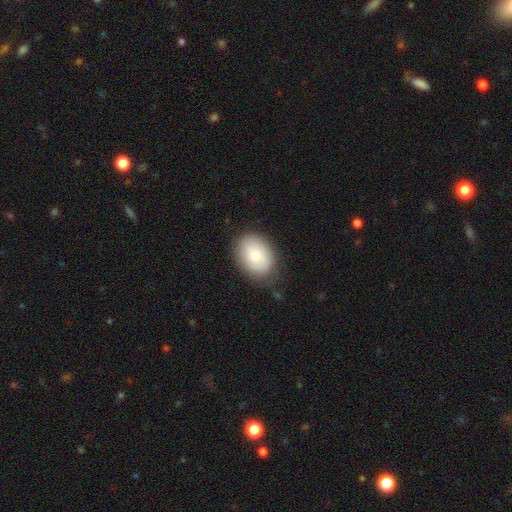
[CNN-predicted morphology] Smooth or featured? smooth (71%)
How rounded? in between (63%)
Merging? none (80%)